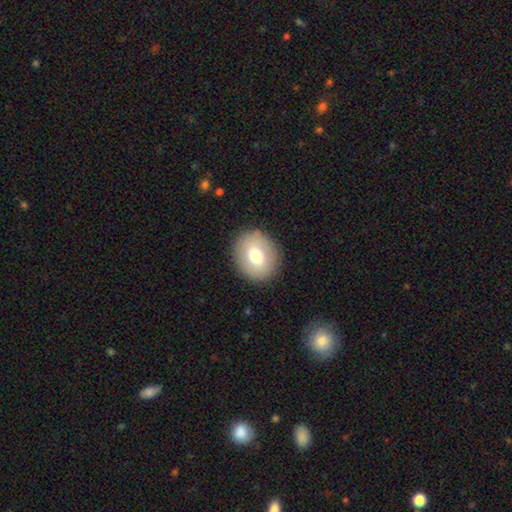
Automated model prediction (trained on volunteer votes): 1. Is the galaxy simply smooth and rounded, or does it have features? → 70% smooth, 21% featured or disk, 9% star or artifact.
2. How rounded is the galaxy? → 66% round, 34% in between, 1% cigar-shaped.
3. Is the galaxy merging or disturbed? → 89% none, 7% minor disturbance, 3% major disturbance, 1% merger.